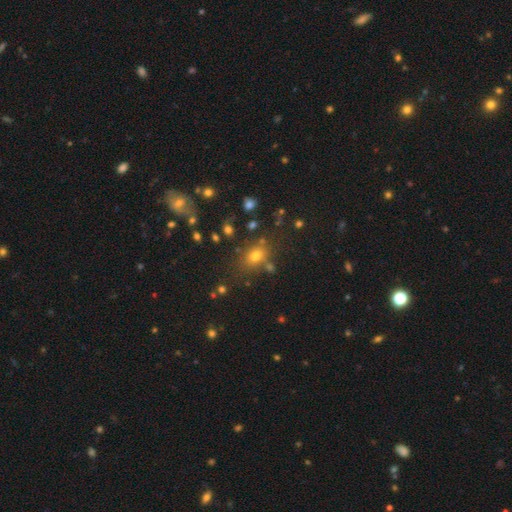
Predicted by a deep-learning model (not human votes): A smooth galaxy with no disk features (69%) that is in between round and cigar-shaped (55%).

Vote fractions:
- Smooth or featured? smooth: 69% / star or artifact: 20% / featured or disk: 11%
- How rounded? in between: 55% / round: 43% / cigar-shaped: 2%
- Merging? none: 73% / minor disturbance: 13% / merger: 8% / major disturbance: 5%